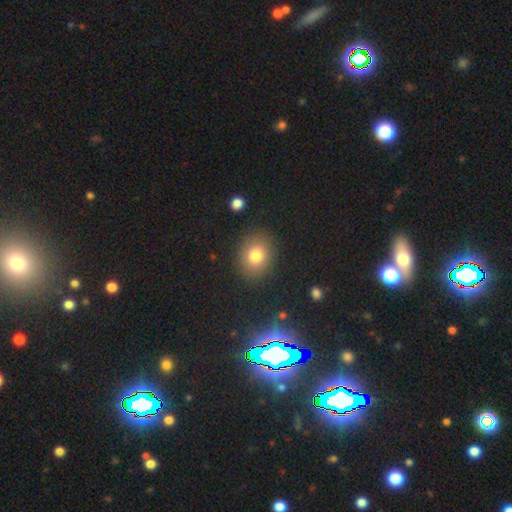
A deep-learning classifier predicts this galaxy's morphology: Overall: smooth (79%). How rounded: round (58%; in between 41%). Merging: none (87%).